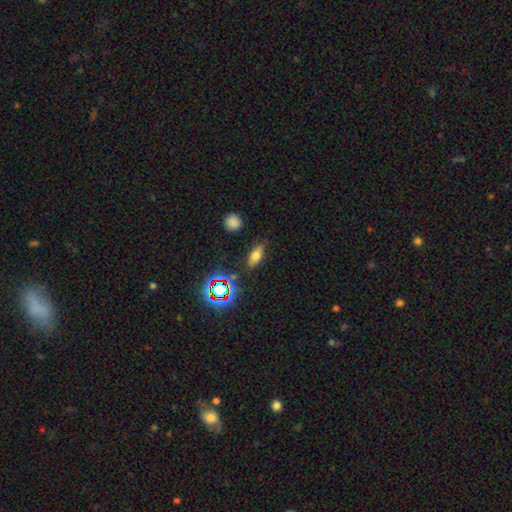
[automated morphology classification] type=smooth (65%); roundness=in between (79%); merging=none (81%).